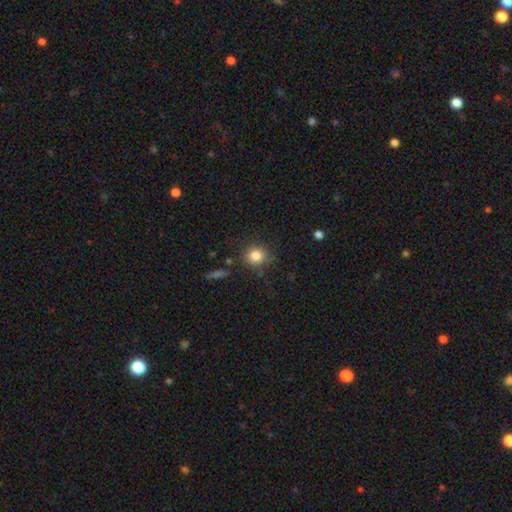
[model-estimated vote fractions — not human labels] Overall: smooth (83%). How rounded: round (85%). Merging: none (79%).